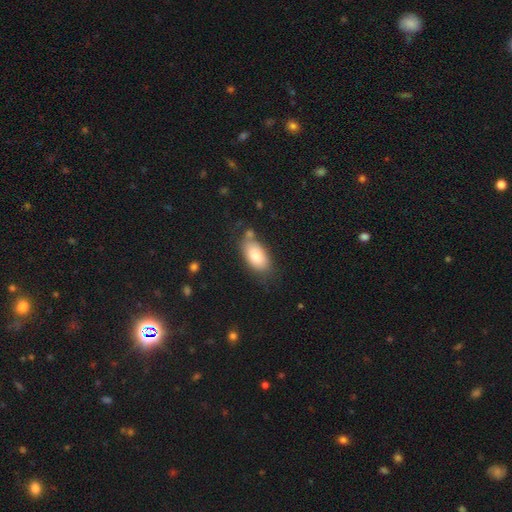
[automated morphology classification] Smooth or featured? smooth (83%)
How rounded? in between (92%)
Merging? none (65%)